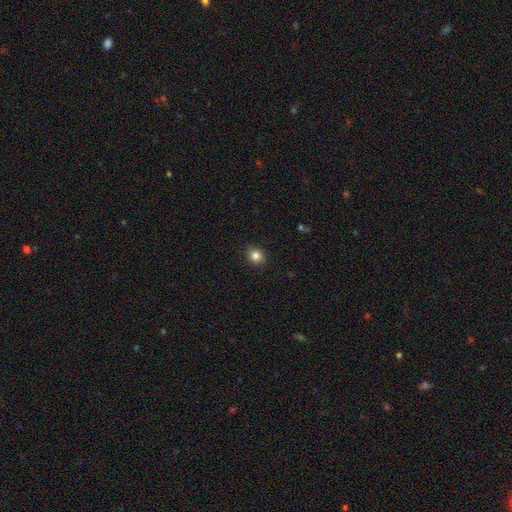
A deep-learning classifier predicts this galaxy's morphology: Smooth or featured? Predicted: smooth (p=0.84). How rounded? Predicted: round (p=0.75). Merging? Predicted: none (p=0.89).